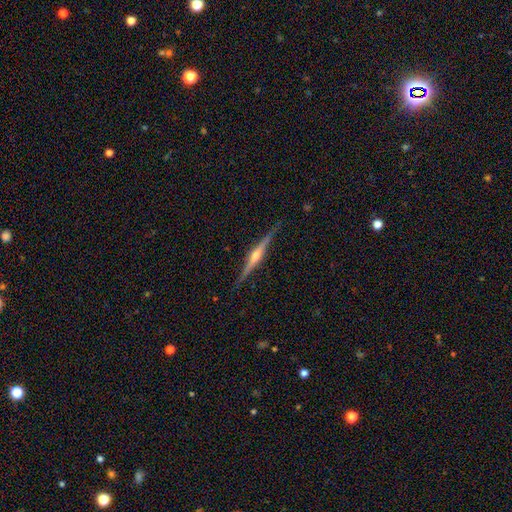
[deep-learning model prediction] A featured or disk galaxy (84%) viewed edge-on (98%) with a rounded central bulge (89%). Merging: none (89%).